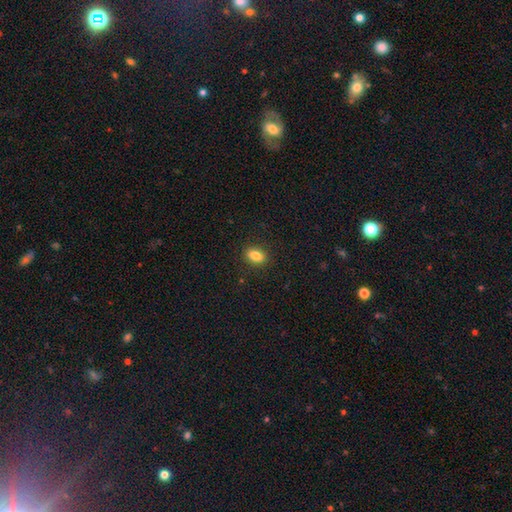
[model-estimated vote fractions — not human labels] Smooth or featured? Predicted: smooth (p=0.84). How rounded? Predicted: in between (p=0.84). Merging? Predicted: none (p=0.89).